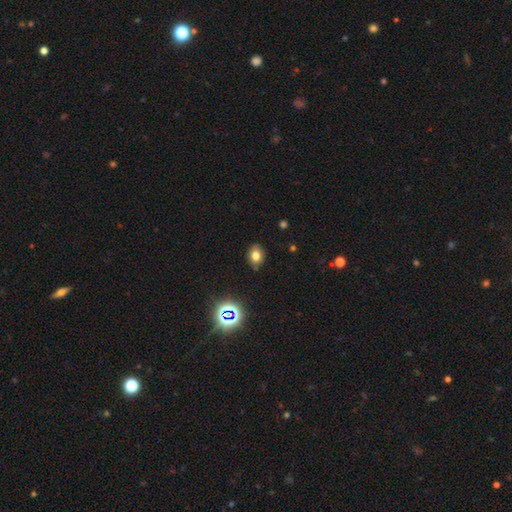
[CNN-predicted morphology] A smooth galaxy with no disk features (73%) that is in between round and cigar-shaped (61%). Merging: none (84%).